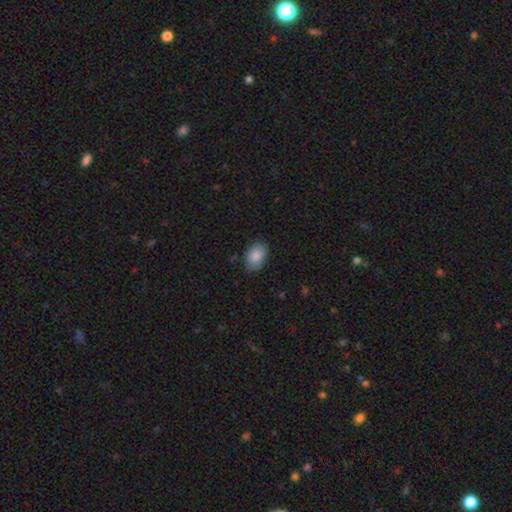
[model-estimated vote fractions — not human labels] A smooth galaxy with no disk features (86%) that is in between round and cigar-shaped (85%).

Vote fractions:
- Smooth or featured? smooth: 86% / star or artifact: 7% / featured or disk: 6%
- How rounded? in between: 85% / round: 14% / cigar-shaped: 1%
- Merging? none: 79% / minor disturbance: 17% / major disturbance: 3% / merger: 1%